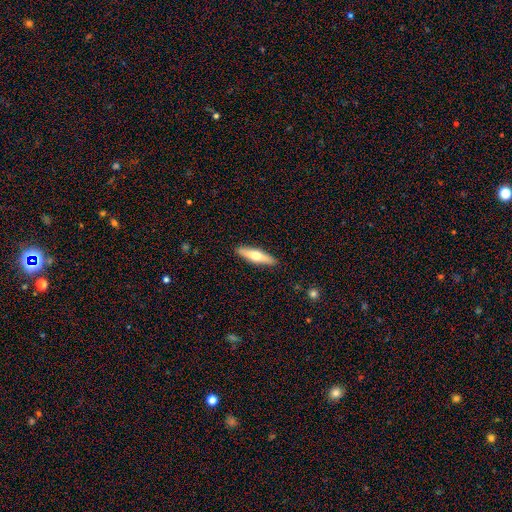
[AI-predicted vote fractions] A smooth galaxy with no disk features (53%) that is cigar-shaped (75%).

Vote fractions:
- Smooth or featured? smooth: 53% / featured or disk: 41% / star or artifact: 5%
- How rounded? cigar-shaped: 75% / in between: 23% / round: 2%
- Merging? none: 90% / minor disturbance: 7% / major disturbance: 2% / merger: 1%